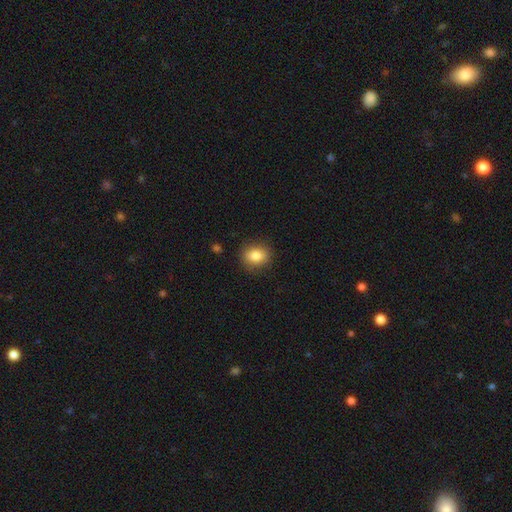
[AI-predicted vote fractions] This appears to be a smooth galaxy with no disk features (84%) that is round (59%). Merging: none (86%).